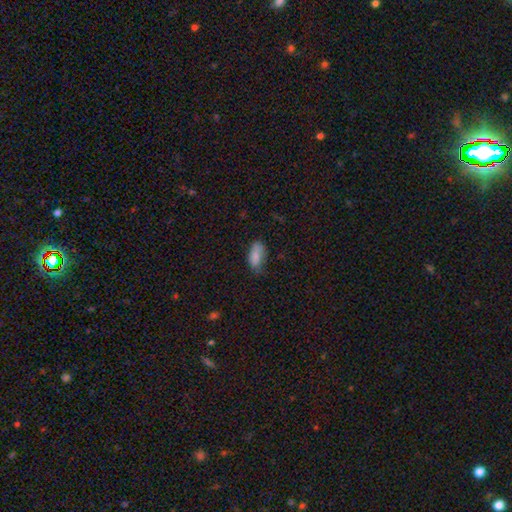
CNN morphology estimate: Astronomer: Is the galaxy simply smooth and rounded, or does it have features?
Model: smooth — 85%.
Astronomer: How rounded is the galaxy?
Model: in between — 90%.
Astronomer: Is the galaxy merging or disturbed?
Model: none — 56% (runner-up: minor disturbance, 34%).